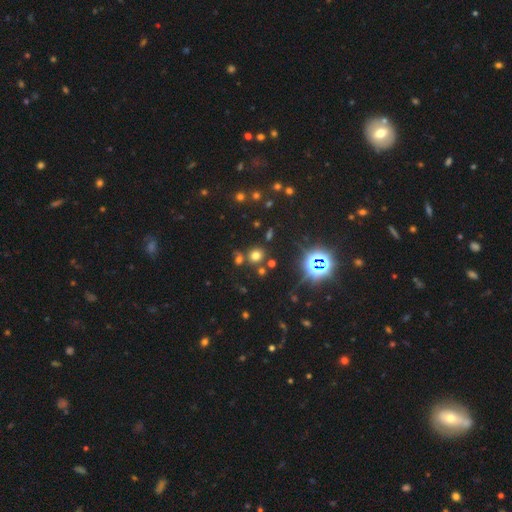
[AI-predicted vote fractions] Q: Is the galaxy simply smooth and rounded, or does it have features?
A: smooth — 60%.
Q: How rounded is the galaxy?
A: round — 80%.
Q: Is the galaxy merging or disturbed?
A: none — 75%.